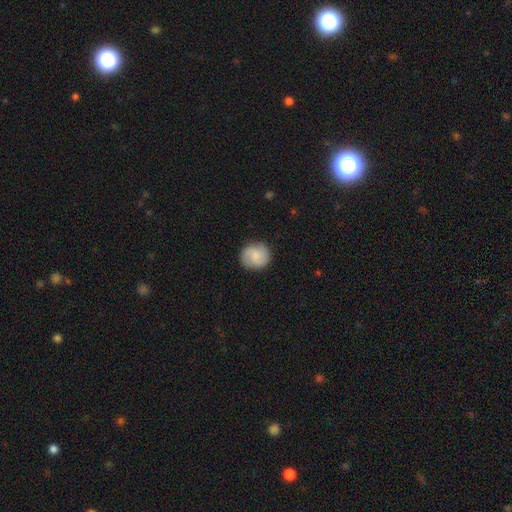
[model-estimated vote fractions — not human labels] The model was most divided on "smooth or featured": smooth: 63%, featured or disk: 30%, star or artifact: 7%. More confident: how rounded — round (85%); merging — none (85%).